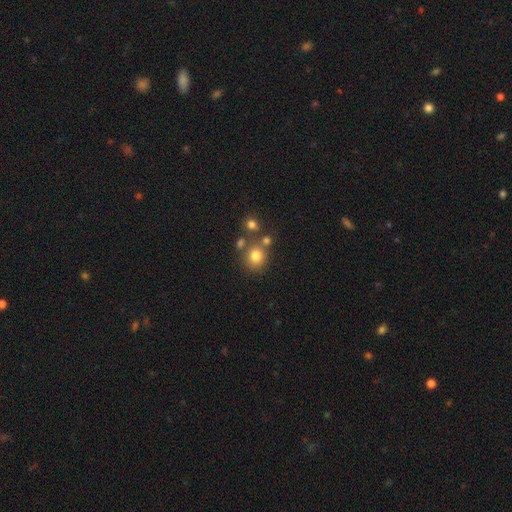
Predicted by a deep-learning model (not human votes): Overall: smooth (77%). How rounded: round (80%). Merging: none (64%).